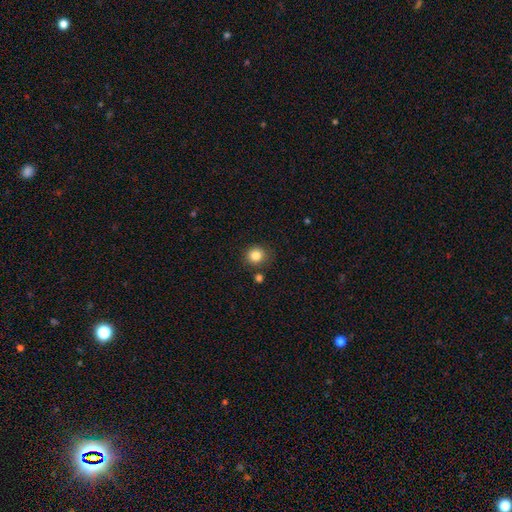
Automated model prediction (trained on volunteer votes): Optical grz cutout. It shows a smooth galaxy with no disk features (84%) that is round (88%). Merging: none (82%).